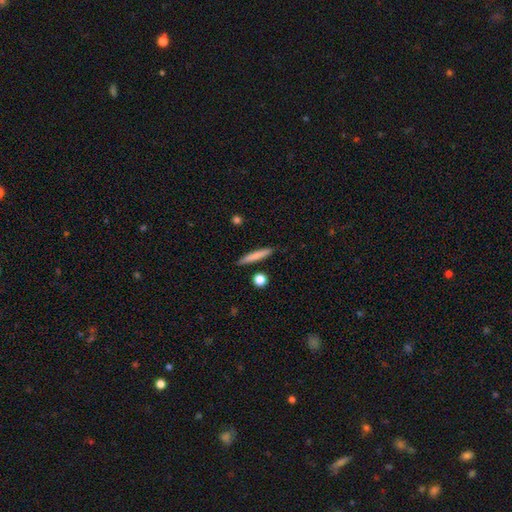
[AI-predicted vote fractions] Smooth or featured?
  - smooth: 76% *
  - featured or disk: 18%
  - star or artifact: 6%
How rounded?
  - cigar-shaped: 93% *
  - in between: 5%
  - round: 2%
Merging?
  - none: 88% *
  - minor disturbance: 8%
  - merger: 3%
  - major disturbance: 2%